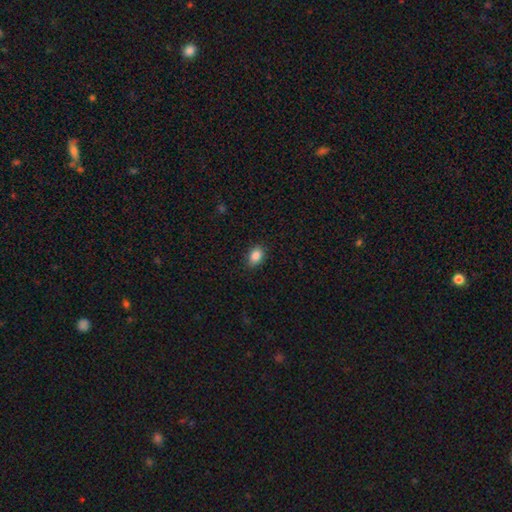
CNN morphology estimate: Smooth or featured? smooth (87%)
How rounded? in between (79%)
Merging? none (87%)